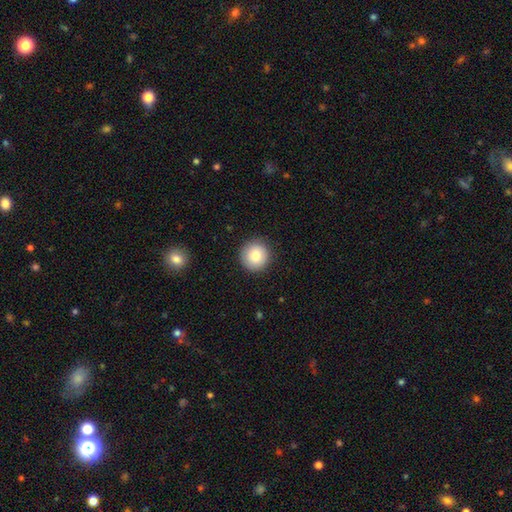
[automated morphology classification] Overall: smooth (81%). How rounded: round (95%). Merging: none (91%).